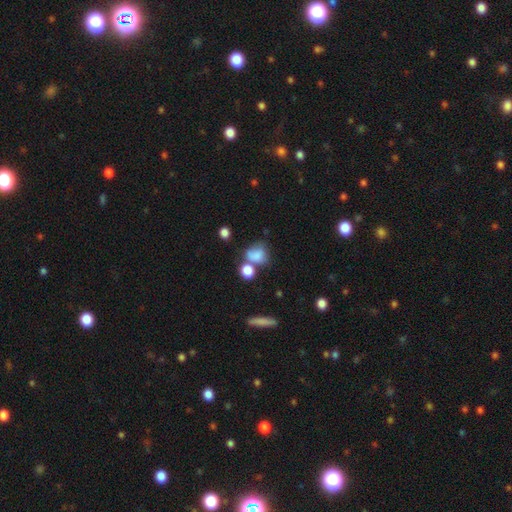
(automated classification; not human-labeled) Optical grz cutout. It shows a smooth galaxy with no disk features (77%) that is round (51%). Merging: none (36%).